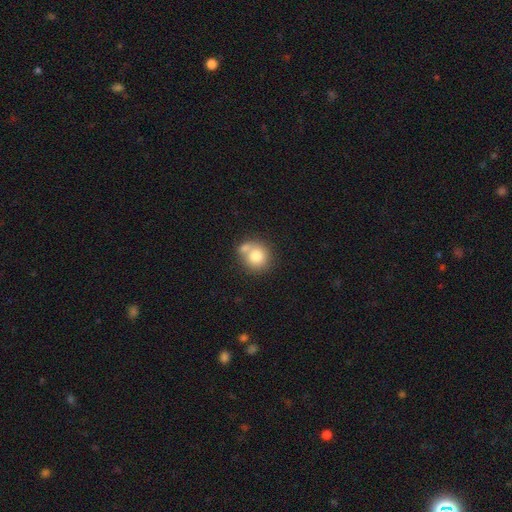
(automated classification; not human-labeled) This is likely a smooth galaxy (77%). How rounded: clearly round (85%). Merging: marginally none (44%).